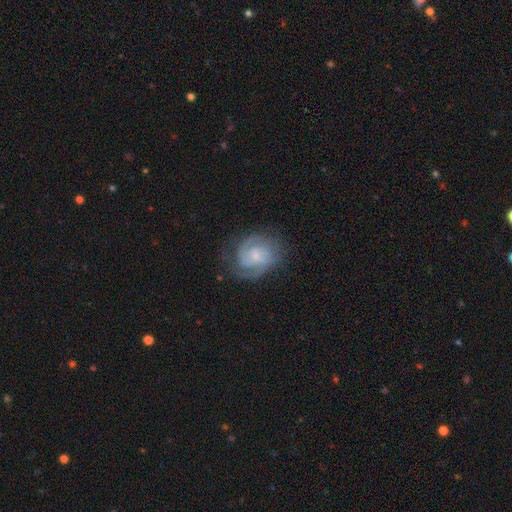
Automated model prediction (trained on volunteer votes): Smooth or featured: featured or disk — 81% (smooth — 13%)
Edge-on disk: no — 98% (yes — 2%)
Bar: no — 51% (weak — 42%)
Spiral arms: yes — 95% (no — 5%)
Spiral winding: tight — 52% (medium — 39%)
Spiral arm count: 2 — 52% (can't tell — 20%)
Bulge size: small — 59% (moderate — 28%)
Merging: none — 68% (minor disturbance — 20%)